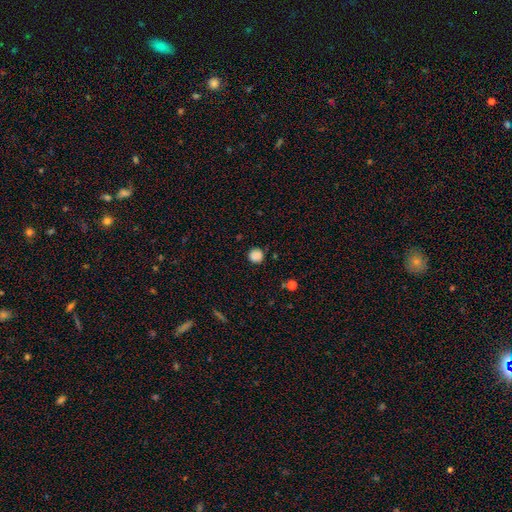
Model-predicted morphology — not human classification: Smooth or featured? smooth (85%)
How rounded? round (93%)
Merging? none (85%)